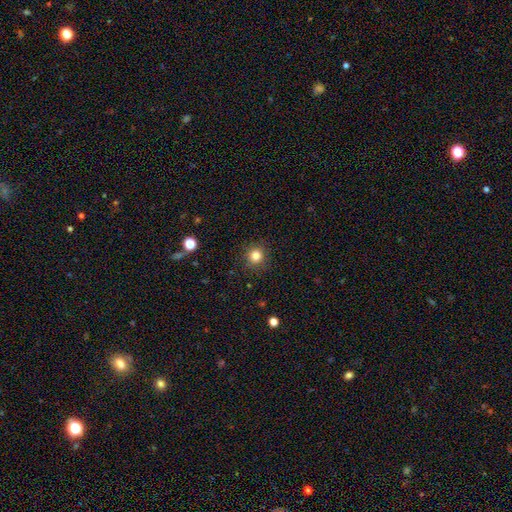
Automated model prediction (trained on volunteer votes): Q: Smooth or featured?
A: smooth (83%); runner-up: star or artifact (12%)
Q: How rounded?
A: round (92%); runner-up: in between (7%)
Q: Merging?
A: none (89%); runner-up: minor disturbance (7%)